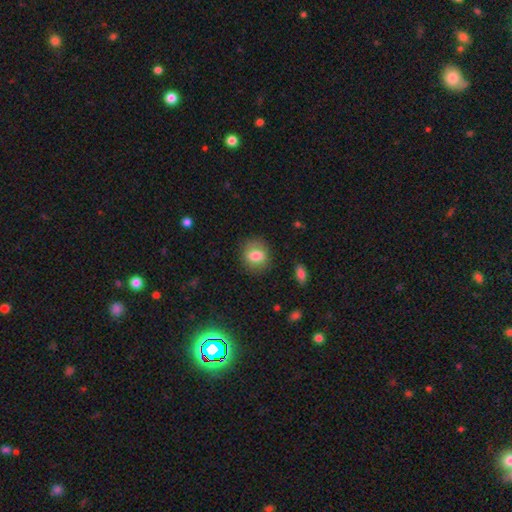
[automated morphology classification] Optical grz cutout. It shows a smooth galaxy with no disk features (76%) that is round (58%). Merging: none (79%).